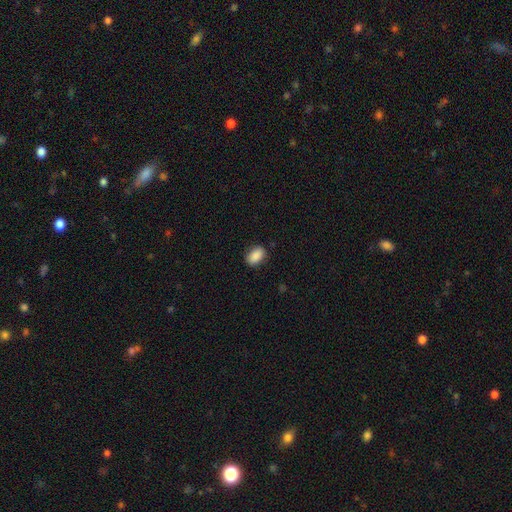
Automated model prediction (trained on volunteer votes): Smooth or featured: smooth — 89% (star or artifact — 7%)
How rounded: in between — 86% (round — 12%)
Merging: none — 85% (minor disturbance — 11%)